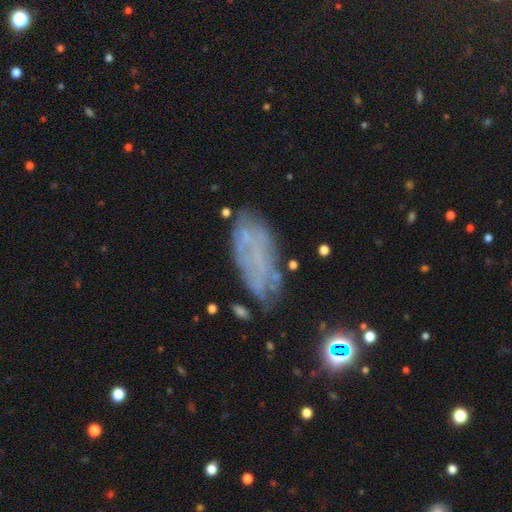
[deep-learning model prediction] Smooth or featured?
  - featured or disk: 47% *
  - smooth: 37%
  - star or artifact: 16%
Merging?
  - none: 53% *
  - minor disturbance: 25%
  - major disturbance: 16%
  - merger: 5%